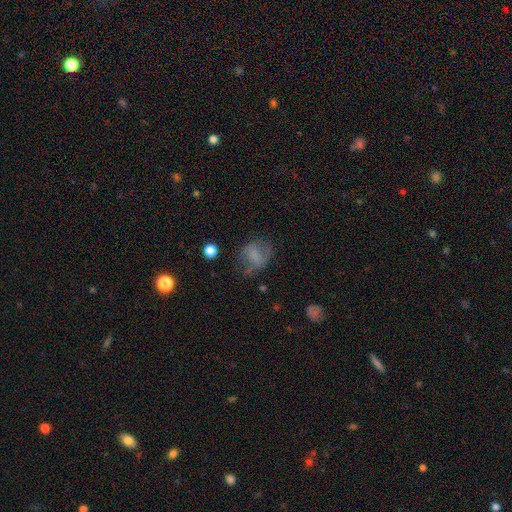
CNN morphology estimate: This appears to be a smooth galaxy with no disk features (57%) that is in between round and cigar-shaped (55%). Merging: none (52%).